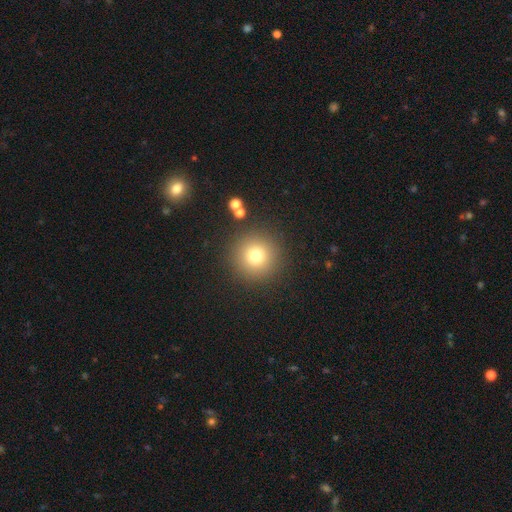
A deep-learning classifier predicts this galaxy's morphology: Smooth or featured? Predicted: smooth (p=0.76). How rounded? Predicted: round (p=0.96). Merging? Predicted: none (p=0.89).